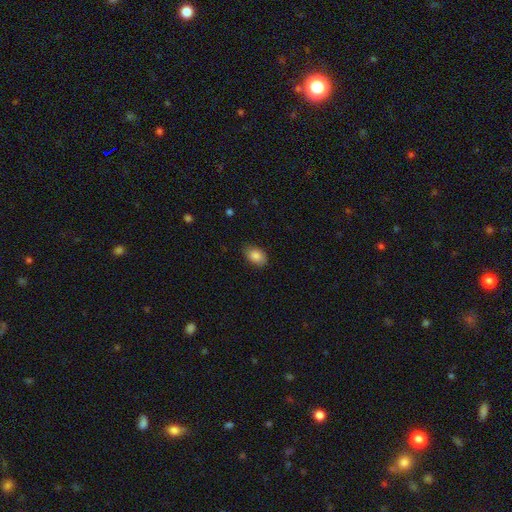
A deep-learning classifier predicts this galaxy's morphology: smooth-or-featured: smooth: 86% | star or artifact: 8% | featured or disk: 7%
  how-rounded: in between: 84% | round: 15% | cigar-shaped: 1%
  merging: none: 82% | minor disturbance: 14% | major disturbance: 3% | merger: 1%